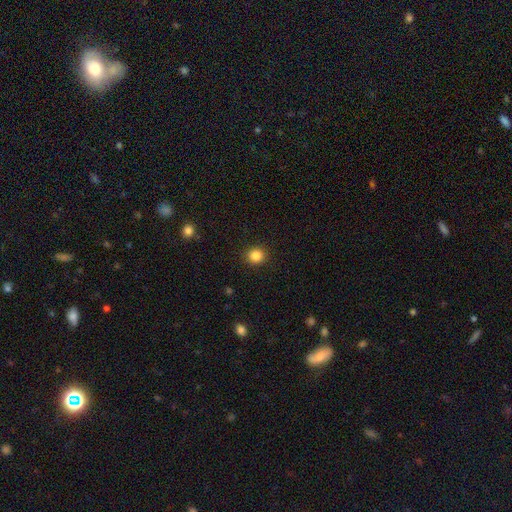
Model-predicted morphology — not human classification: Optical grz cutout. It shows a smooth galaxy with no disk features (85%) that is round (87%). Merging: none (91%).